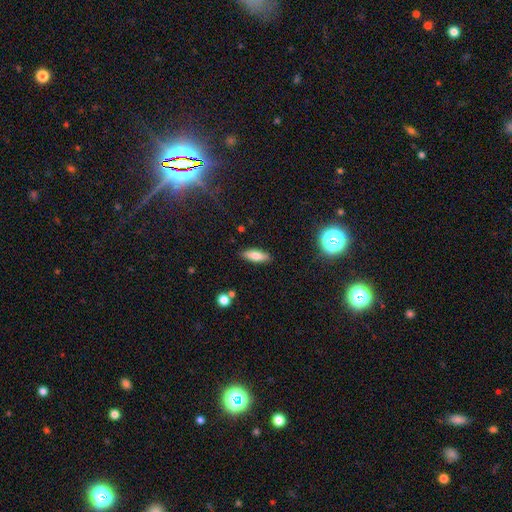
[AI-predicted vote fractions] The model was most divided on "how rounded": in between: 56%, cigar-shaped: 41%, round: 2%. More confident: merging — none (86%); smooth or featured — smooth (74%).